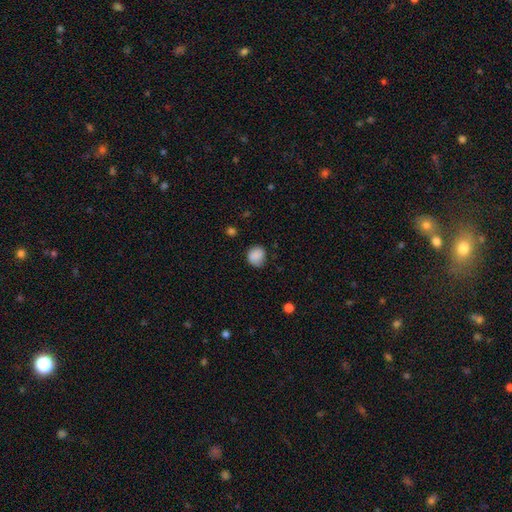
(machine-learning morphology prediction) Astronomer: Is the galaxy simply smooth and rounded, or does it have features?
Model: smooth — 86%.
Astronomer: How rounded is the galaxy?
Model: round — 77%.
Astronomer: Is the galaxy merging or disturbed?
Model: none — 74%.